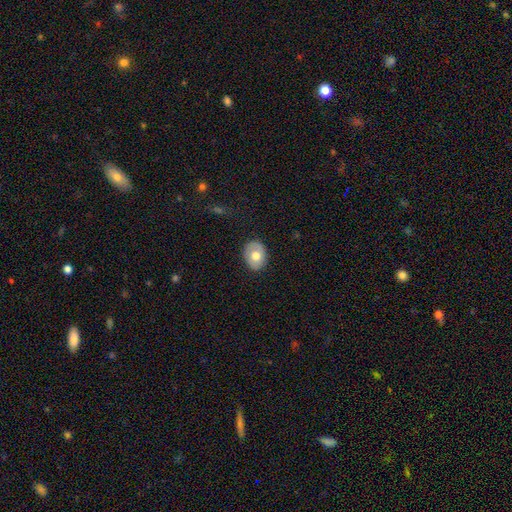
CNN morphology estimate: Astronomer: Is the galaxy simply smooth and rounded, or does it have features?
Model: smooth — 67%.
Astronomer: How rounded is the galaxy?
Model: in between — 60% (runner-up: round, 39%).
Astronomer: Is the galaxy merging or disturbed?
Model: none — 85%.